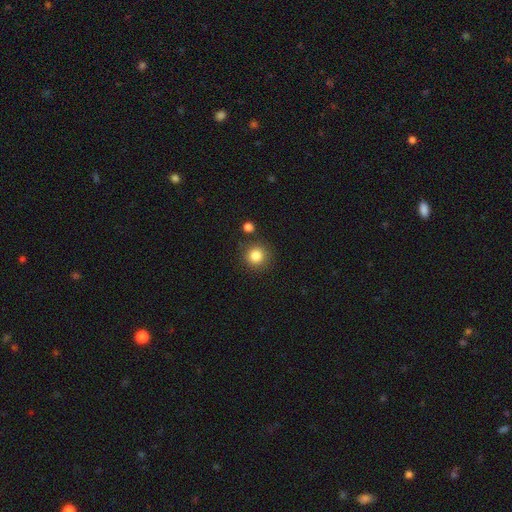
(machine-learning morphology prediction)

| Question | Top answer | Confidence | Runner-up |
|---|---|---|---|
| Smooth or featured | smooth | 83% | star or artifact (11%) |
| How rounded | round | 93% | in between (6%) |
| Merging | none | 85% | minor disturbance (8%) |